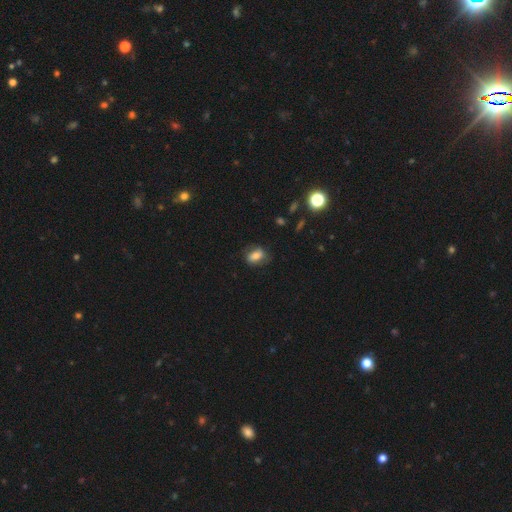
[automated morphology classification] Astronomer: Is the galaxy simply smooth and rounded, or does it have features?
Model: smooth — 67%.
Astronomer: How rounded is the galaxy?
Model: in between — 76%.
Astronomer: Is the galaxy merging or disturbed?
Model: none — 69%.